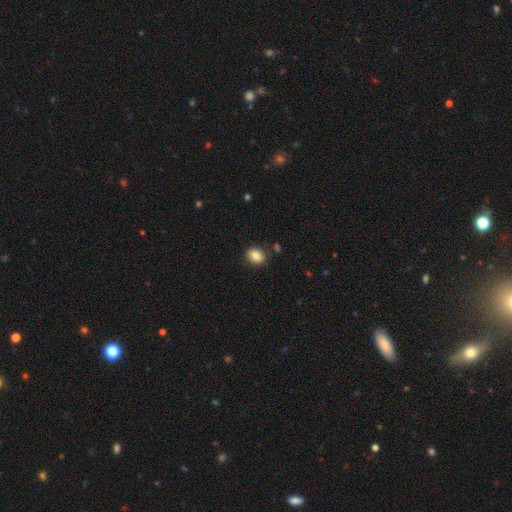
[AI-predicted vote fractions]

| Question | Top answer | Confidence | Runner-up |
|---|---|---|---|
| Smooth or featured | smooth | 84% | star or artifact (9%) |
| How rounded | round | 56% | in between (43%) |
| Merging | none | 86% | minor disturbance (9%) |